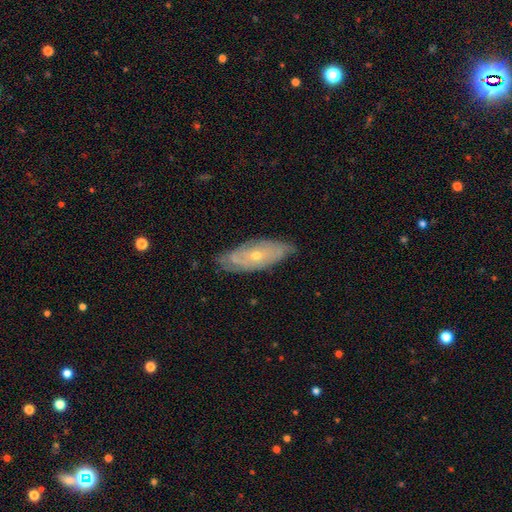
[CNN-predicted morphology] Overall: featured or disk (70%). Edge-on disk: no (81%). Bar: no (80%). Spiral arms: yes (77%). Bulge size: small (66%; moderate 32%). Merging: none (73%).